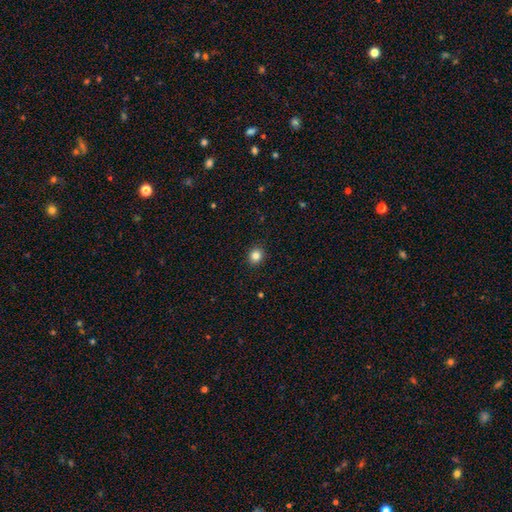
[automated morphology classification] Smooth or featured: smooth — 84% (star or artifact — 11%)
How rounded: round — 80% (in between — 19%)
Merging: none — 91% (minor disturbance — 6%)